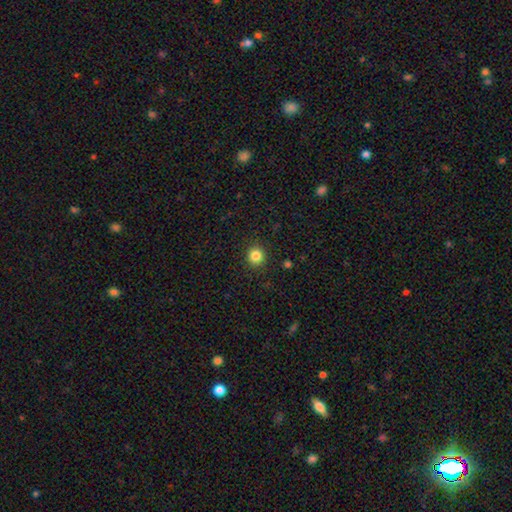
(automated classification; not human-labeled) The model was most divided on "smooth or featured": smooth: 84%, star or artifact: 12%, featured or disk: 5%. More confident: merging — none (92%); how rounded — round (89%).